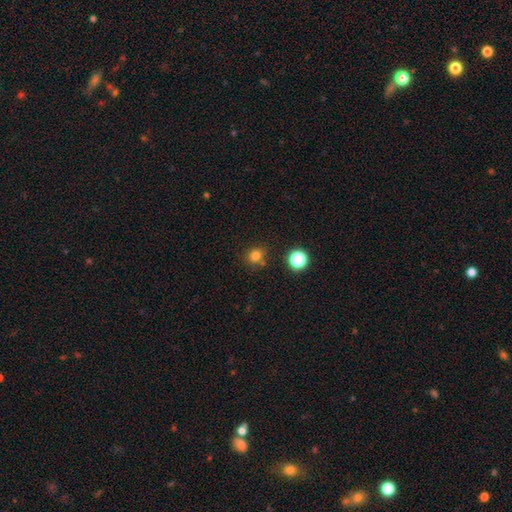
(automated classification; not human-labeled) A smooth galaxy with no disk features (78%) that is round (85%).

Vote fractions:
- Smooth or featured? smooth: 78% / star or artifact: 16% / featured or disk: 6%
- How rounded? round: 85% / in between: 14% / cigar-shaped: 1%
- Merging? none: 76% / minor disturbance: 11% / merger: 9% / major disturbance: 4%